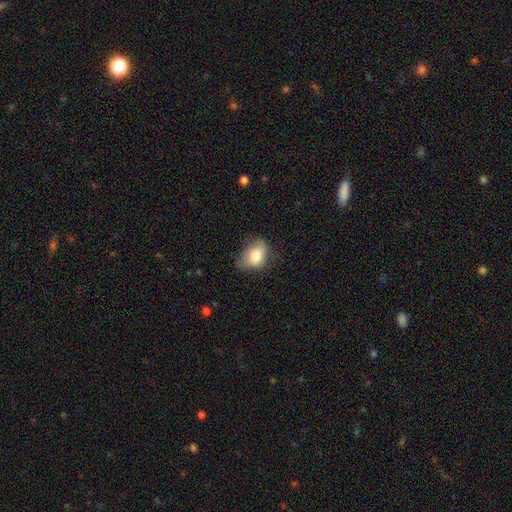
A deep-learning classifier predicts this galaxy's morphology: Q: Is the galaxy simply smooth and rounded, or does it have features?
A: smooth — 79%.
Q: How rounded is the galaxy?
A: in between — 79%.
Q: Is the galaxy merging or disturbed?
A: none — 49%.